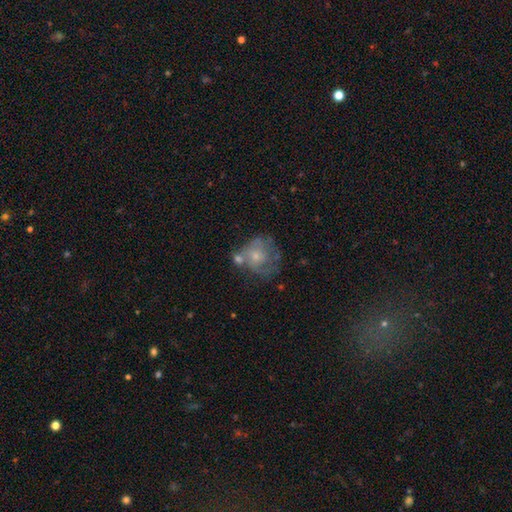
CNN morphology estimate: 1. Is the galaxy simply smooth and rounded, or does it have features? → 49% featured or disk, 43% smooth, 9% star or artifact.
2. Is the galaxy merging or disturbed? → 36% none, 22% minor disturbance, 22% major disturbance, 20% merger.